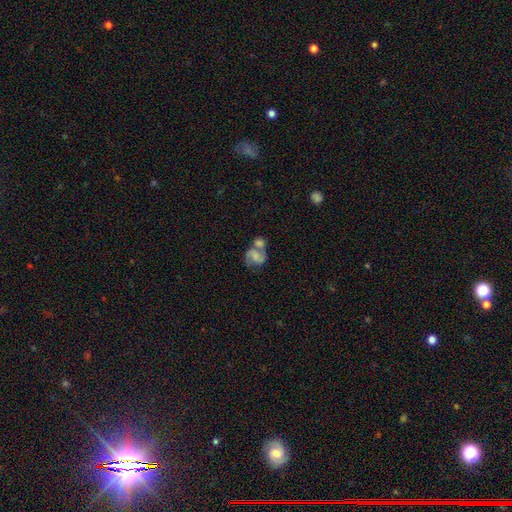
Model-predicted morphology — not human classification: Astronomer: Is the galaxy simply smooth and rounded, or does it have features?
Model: featured or disk — 67%.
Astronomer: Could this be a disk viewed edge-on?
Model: no — 98%.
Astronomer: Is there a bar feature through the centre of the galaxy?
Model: no — 54% (runner-up: weak, 35%).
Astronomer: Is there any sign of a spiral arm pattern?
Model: yes — 88%.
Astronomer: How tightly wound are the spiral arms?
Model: medium — 52% (runner-up: loose, 30%).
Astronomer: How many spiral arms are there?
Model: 2 — 86%.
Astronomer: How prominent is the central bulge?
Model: none — 39% (runner-up: small, 29%).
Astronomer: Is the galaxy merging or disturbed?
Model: merger — 52% (runner-up: none, 27%).